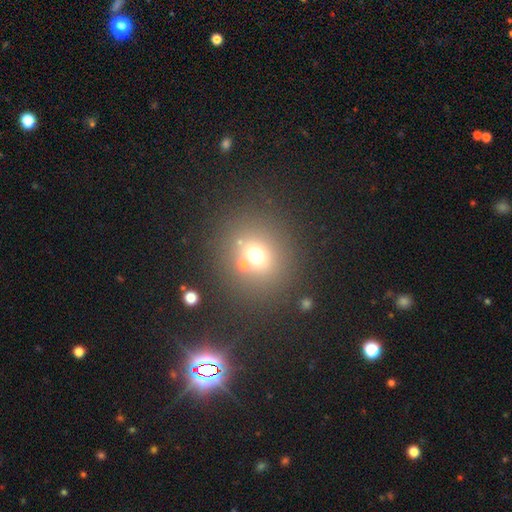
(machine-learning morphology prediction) This is likely a smooth galaxy (64%). How rounded: clearly round (81%). Merging: likely none (71%).